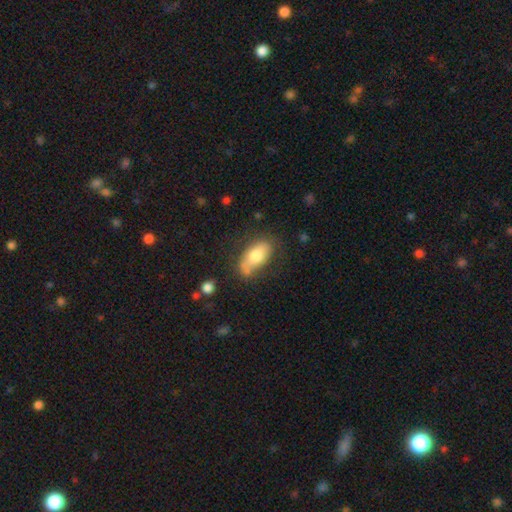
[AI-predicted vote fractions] Morphology: type=smooth (72%); roundness=in between (87%); merging=none (57%).